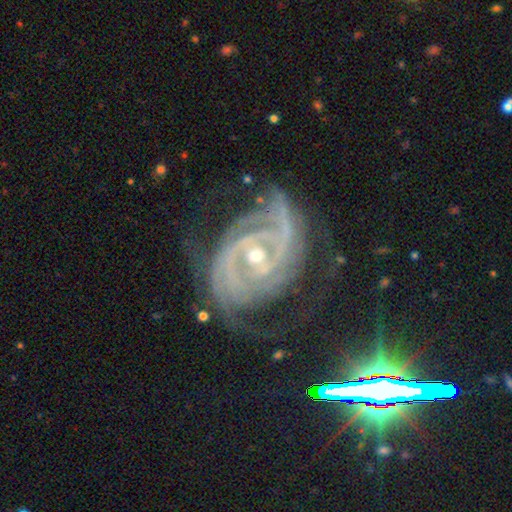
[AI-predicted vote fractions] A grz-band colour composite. It shows a featured or disk galaxy (89%) with a weak bar (39%), 2 (49%) tight (63%) spiral arms (98%) and a small central bulge (58%). Merging: none (68%).